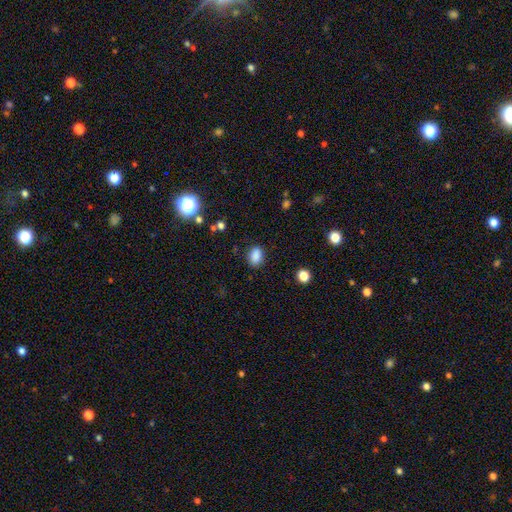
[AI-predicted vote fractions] Q: Smooth or featured?
A: smooth (85%); runner-up: star or artifact (11%)
Q: How rounded?
A: in between (75%); runner-up: round (23%)
Q: Merging?
A: none (84%); runner-up: minor disturbance (11%)